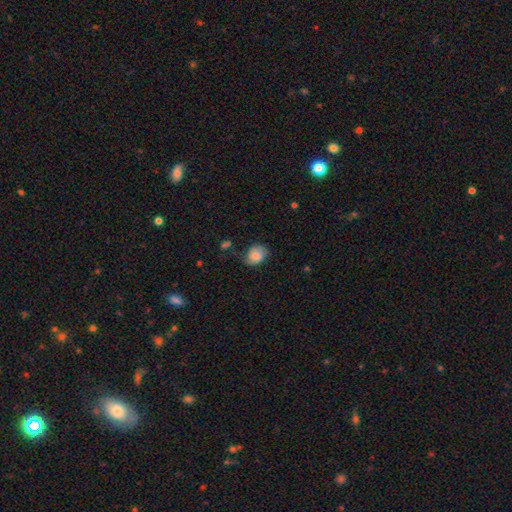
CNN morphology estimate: This is likely a smooth galaxy (76%). How rounded: possibly in between (52%). Merging: possibly none (56%).